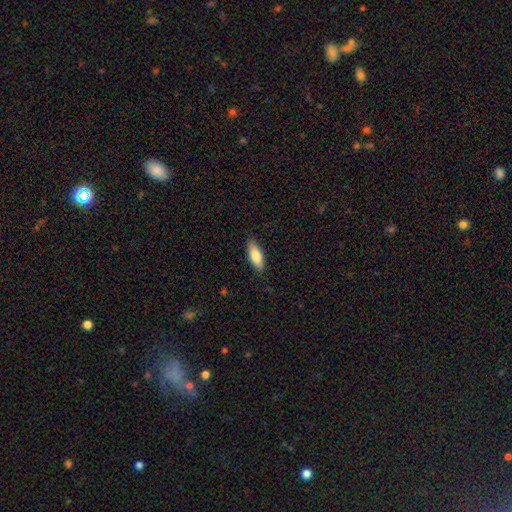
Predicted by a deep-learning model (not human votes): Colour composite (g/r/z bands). It shows a smooth galaxy with no disk features (79%) that is in between round and cigar-shaped (68%). Merging: none (86%).